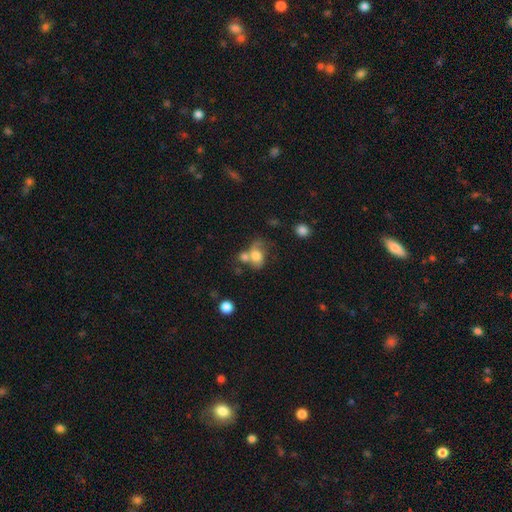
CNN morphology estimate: This is likely a smooth galaxy (61%). How rounded: possibly in between (57%). Merging: marginally merger (43%).